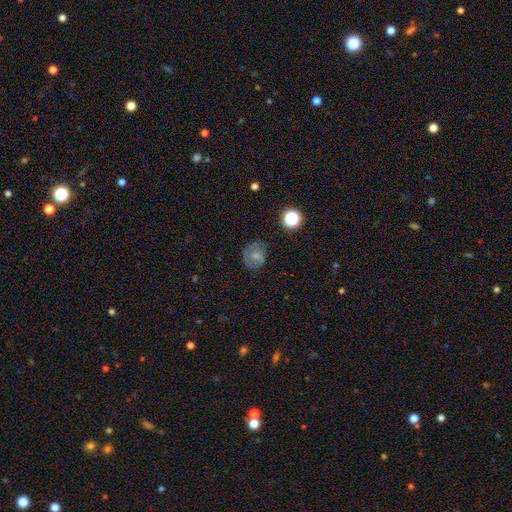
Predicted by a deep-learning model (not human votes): A smooth galaxy with no disk features (56%) that is round (74%). Merging: none (65%).